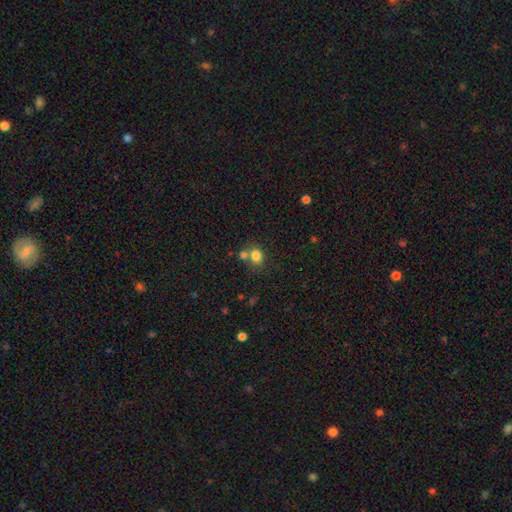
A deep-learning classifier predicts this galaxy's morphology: A smooth galaxy with no disk features (81%) that is round (67%). Merging: none (55%).